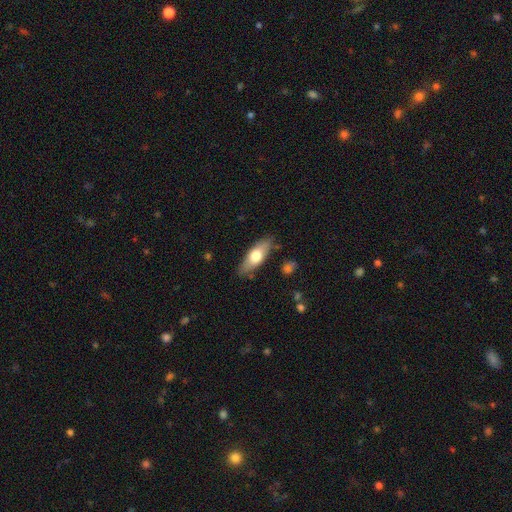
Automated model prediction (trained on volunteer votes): Smooth or featured? smooth (63%)
How rounded? in between (62%)
Merging? none (82%)